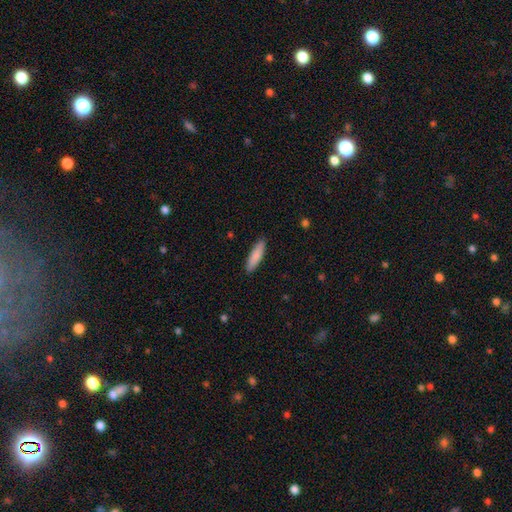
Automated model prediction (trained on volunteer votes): Smooth or featured? Predicted: smooth (p=0.84). How rounded? Predicted: cigar-shaped (p=0.73). Merging? Predicted: none (p=0.90).